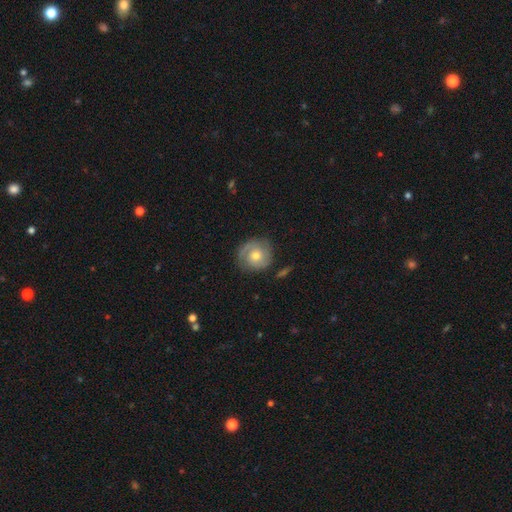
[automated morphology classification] Overall: featured or disk (57%; smooth 36%). Edge-on disk: no (97%). Bar: no (79%). Spiral arms: yes (82%). Bulge size: moderate (64%; small 30%). Merging: none (75%).